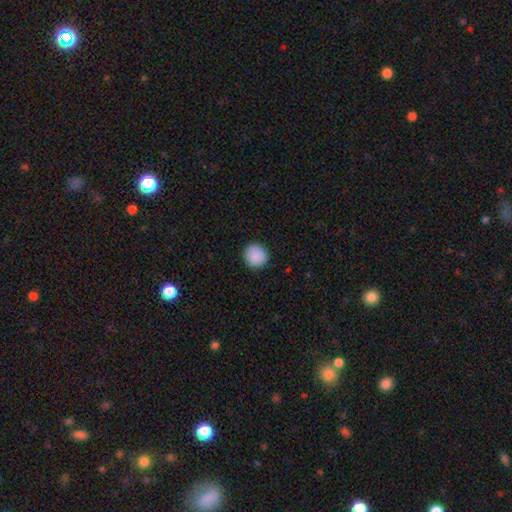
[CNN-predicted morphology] Smooth or featured? smooth (89%)
How rounded? round (92%)
Merging? none (91%)